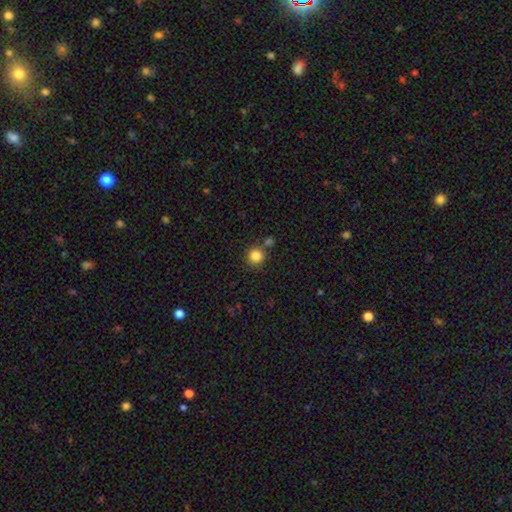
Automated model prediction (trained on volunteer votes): Smooth or featured?
  - smooth: 84% *
  - star or artifact: 11%
  - featured or disk: 5%
How rounded?
  - round: 93% *
  - in between: 6%
  - cigar-shaped: 1%
Merging?
  - none: 76% *
  - merger: 12%
  - minor disturbance: 9%
  - major disturbance: 3%